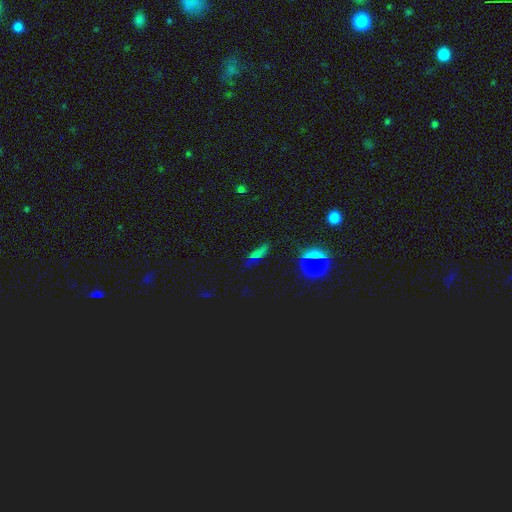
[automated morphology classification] The model was most divided on "smooth or featured": smooth: 47%, star or artifact: 40%, featured or disk: 13%. Remaining: merging — none (50%).